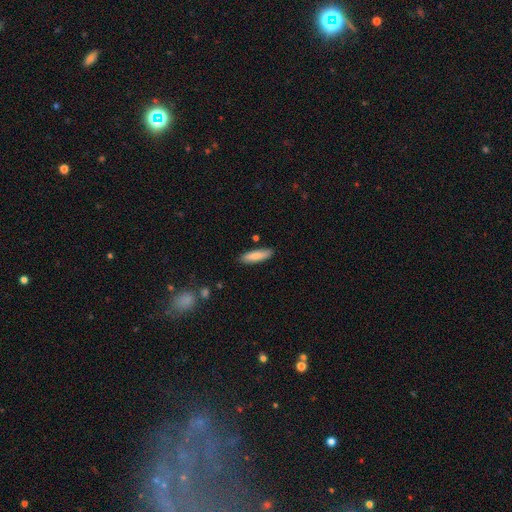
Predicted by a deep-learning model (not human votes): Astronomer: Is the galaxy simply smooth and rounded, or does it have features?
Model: smooth — 82%.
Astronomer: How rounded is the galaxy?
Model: cigar-shaped — 65%.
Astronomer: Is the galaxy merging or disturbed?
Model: none — 85%.